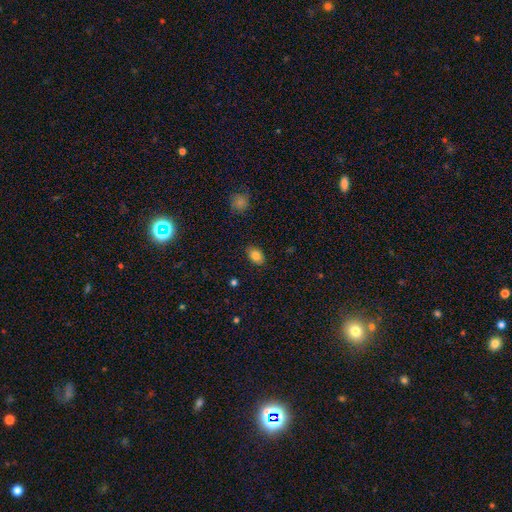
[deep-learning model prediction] Smooth or featured: smooth — 84% (star or artifact — 9%)
How rounded: in between — 81% (round — 18%)
Merging: none — 86% (minor disturbance — 11%)